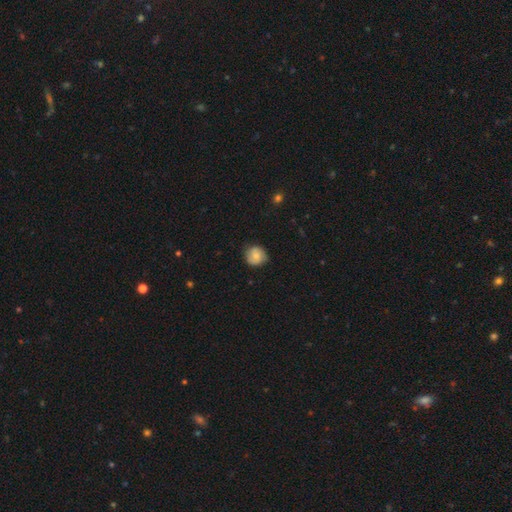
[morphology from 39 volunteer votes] Overall: smooth (69%). How rounded: round (96%). Merging: none (69%).